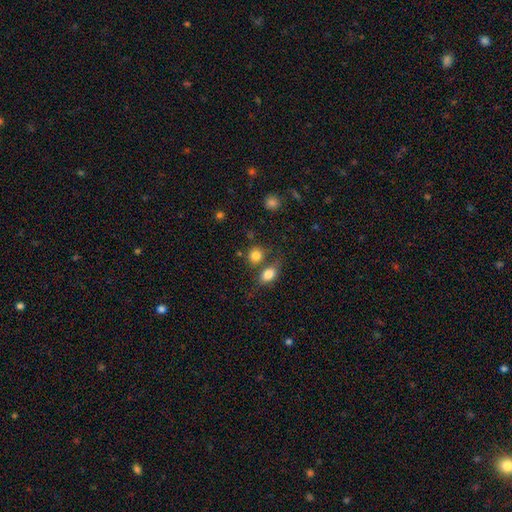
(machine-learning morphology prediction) type=smooth (82%); roundness=round (72%); merging=none (59%).